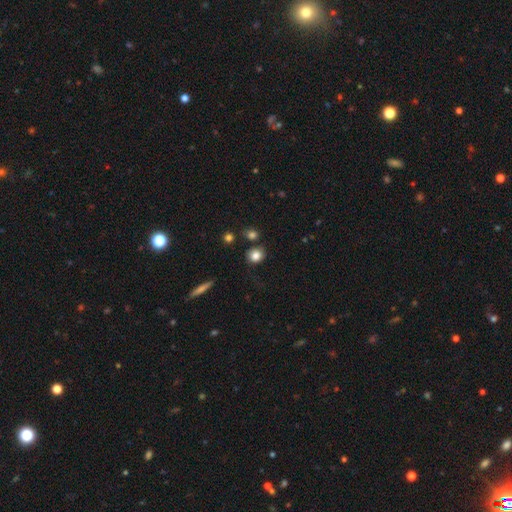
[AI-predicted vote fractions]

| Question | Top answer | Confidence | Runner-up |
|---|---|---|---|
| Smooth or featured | smooth | 82% | star or artifact (10%) |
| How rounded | round | 80% | in between (19%) |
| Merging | none | 74% | minor disturbance (14%) |